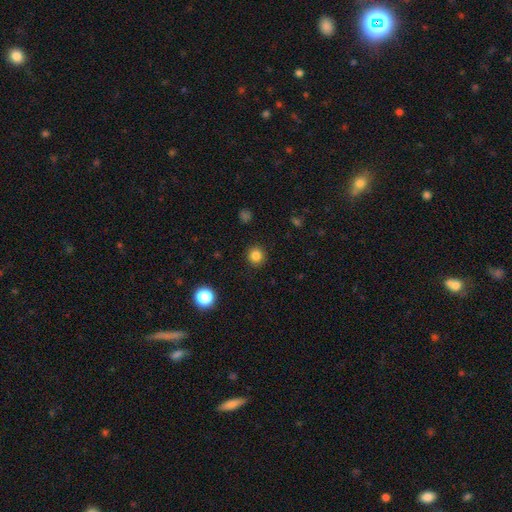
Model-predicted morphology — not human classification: A smooth galaxy with no disk features (83%) that is round (93%). Merging: none (91%).